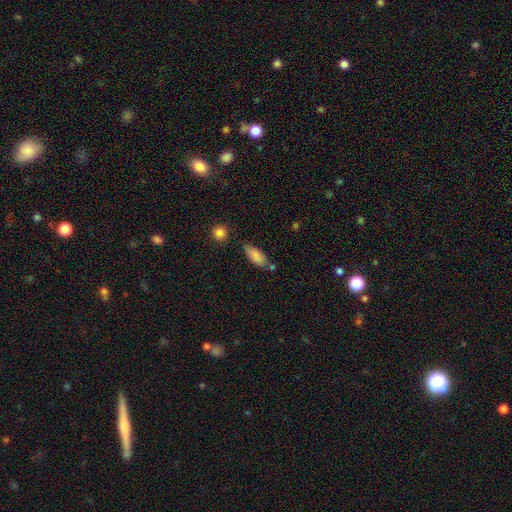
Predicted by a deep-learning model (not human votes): This appears to be a smooth galaxy with no disk features (85%) that is in between round and cigar-shaped (81%). Merging: none (63%).